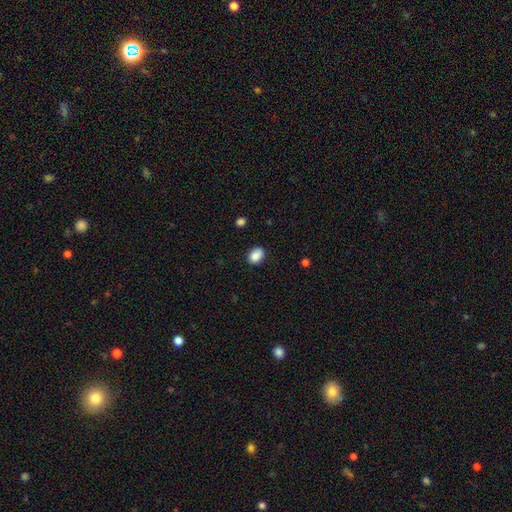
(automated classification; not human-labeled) Smooth or featured? smooth (86%)
How rounded? in between (65%)
Merging? none (82%)